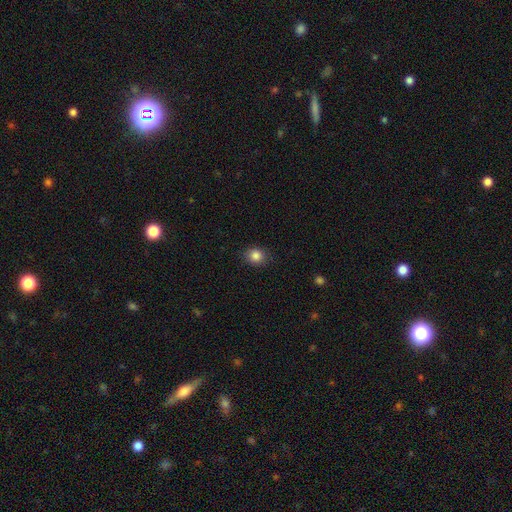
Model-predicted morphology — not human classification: Overall: smooth (85%). How rounded: round (72%). Merging: none (87%).